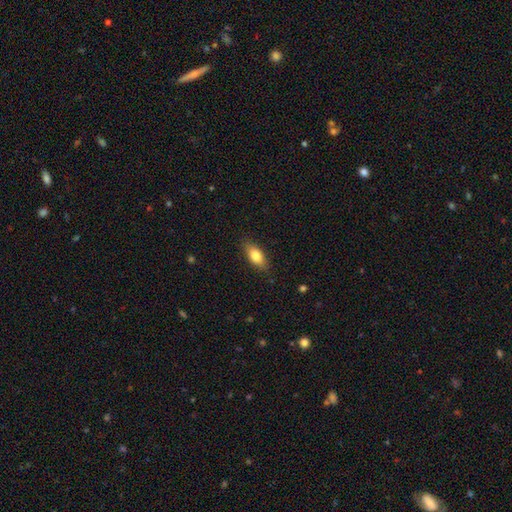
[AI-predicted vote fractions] Smooth or featured?
  - smooth: 76% *
  - featured or disk: 17%
  - star or artifact: 7%
How rounded?
  - in between: 80% *
  - cigar-shaped: 15%
  - round: 5%
Merging?
  - none: 85% *
  - minor disturbance: 12%
  - major disturbance: 2%
  - merger: 1%